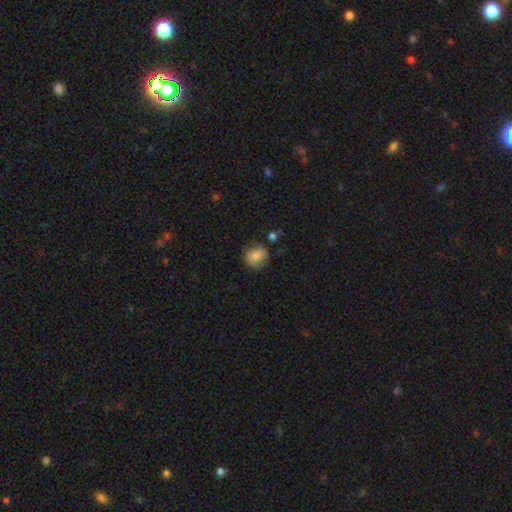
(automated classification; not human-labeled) This is likely a smooth galaxy (79%). How rounded: likely round (73%). Merging: likely none (67%).